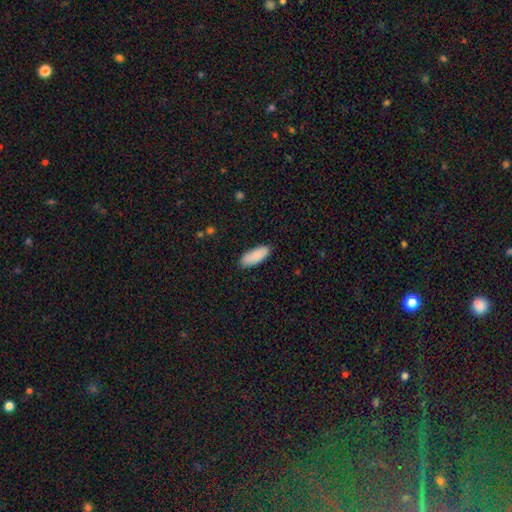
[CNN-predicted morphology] Smooth or featured: smooth — 90% (star or artifact — 6%)
How rounded: in between — 76% (cigar-shaped — 22%)
Merging: none — 88% (minor disturbance — 9%)